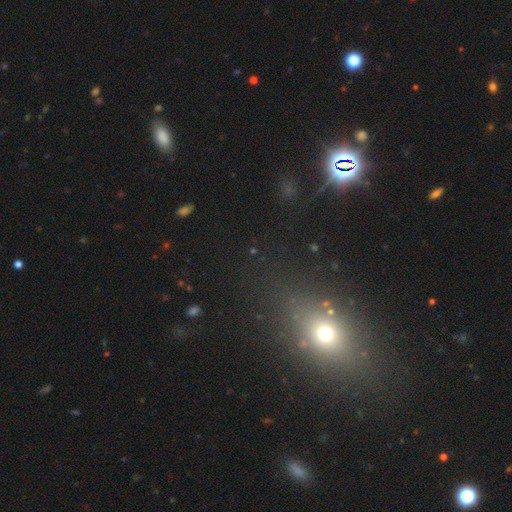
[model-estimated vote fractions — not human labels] Smooth or featured? Predicted: star or artifact (p=0.45).